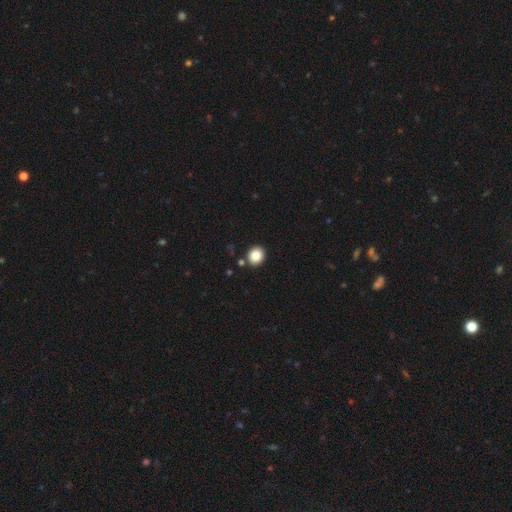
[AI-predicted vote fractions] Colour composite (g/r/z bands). It shows a smooth galaxy with no disk features (85%) that is round (76%). Merging: none (87%).